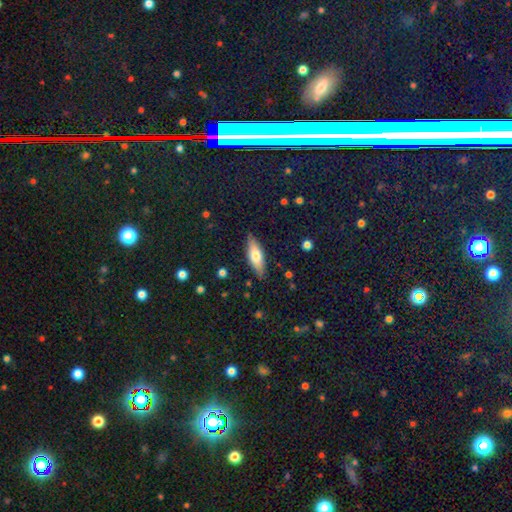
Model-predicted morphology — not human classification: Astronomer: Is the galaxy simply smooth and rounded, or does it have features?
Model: smooth — 63%.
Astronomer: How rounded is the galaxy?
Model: in between — 58% (runner-up: cigar-shaped, 39%).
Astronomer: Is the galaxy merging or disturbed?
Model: none — 85%.